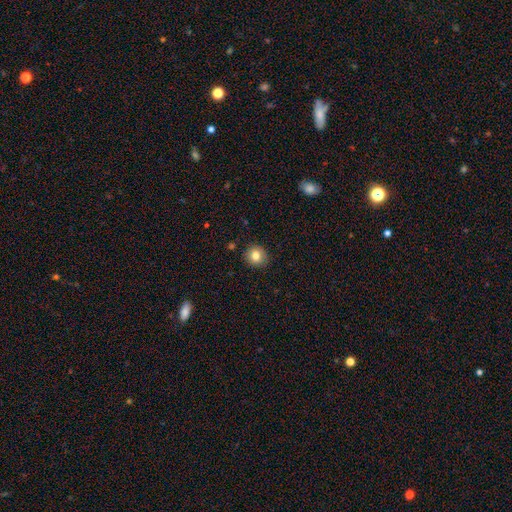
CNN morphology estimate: Smooth or featured? Predicted: smooth (p=0.82). How rounded? Predicted: round (p=0.88). Merging? Predicted: none (p=0.91).